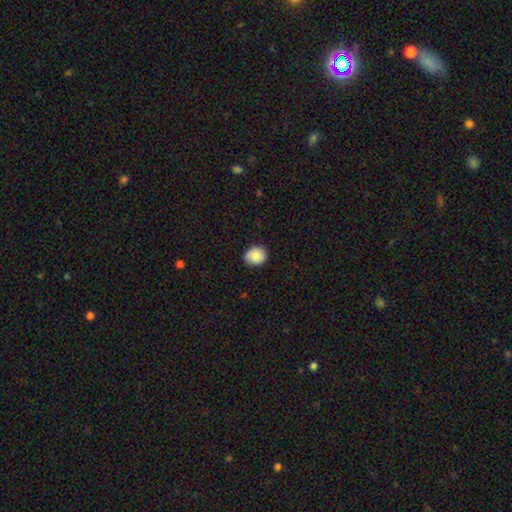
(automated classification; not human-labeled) This is clearly a smooth galaxy (85%). How rounded: likely round (72%). Merging: clearly none (83%).